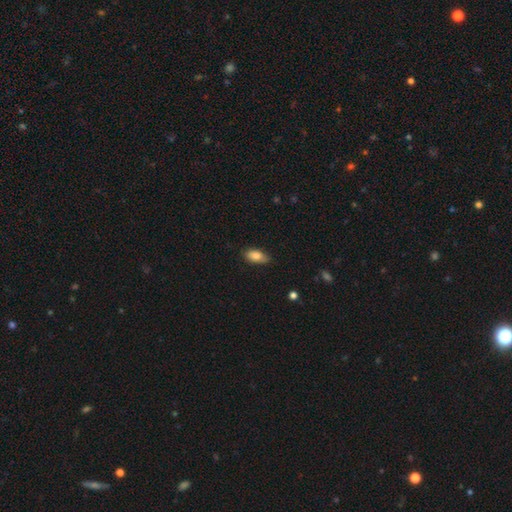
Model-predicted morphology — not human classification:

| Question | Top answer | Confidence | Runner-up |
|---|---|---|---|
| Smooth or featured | smooth | 82% | featured or disk (11%) |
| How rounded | in between | 91% | cigar-shaped (5%) |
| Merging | none | 78% | minor disturbance (18%) |